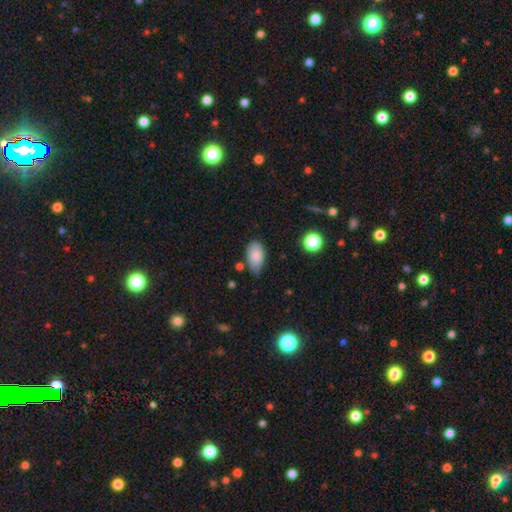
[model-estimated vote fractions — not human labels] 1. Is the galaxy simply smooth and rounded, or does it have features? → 81% smooth, 11% featured or disk, 8% star or artifact.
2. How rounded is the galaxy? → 93% in between, 5% round, 2% cigar-shaped.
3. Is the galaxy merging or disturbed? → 59% none, 32% minor disturbance, 5% major disturbance, 4% merger.